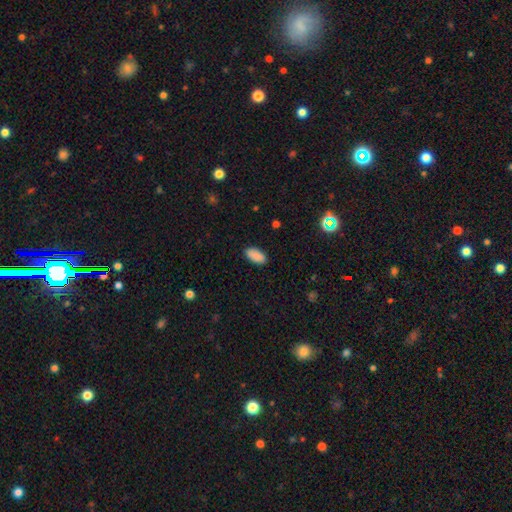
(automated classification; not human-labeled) smooth-or-featured: smooth: 89% | star or artifact: 7% | featured or disk: 3%
  how-rounded: in between: 93% | cigar-shaped: 5% | round: 2%
  merging: none: 88% | minor disturbance: 9% | major disturbance: 2% | merger: 1%